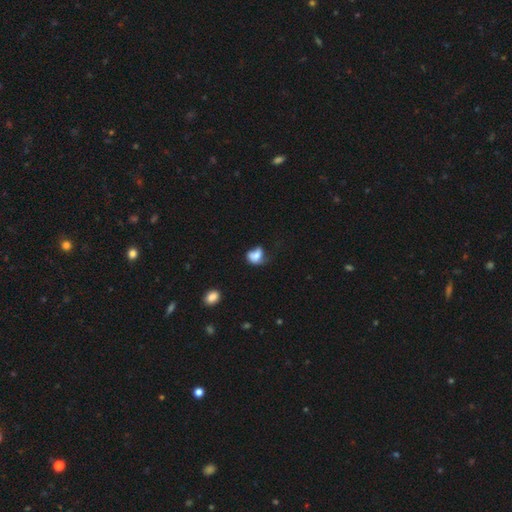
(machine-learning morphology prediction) smooth_or_featured: smooth (p=0.70) [alt: featured or disk p=0.19]
how_rounded: in between (p=0.59) [alt: round p=0.40]
merging: major disturbance (p=0.30) [alt: minor disturbance p=0.29]